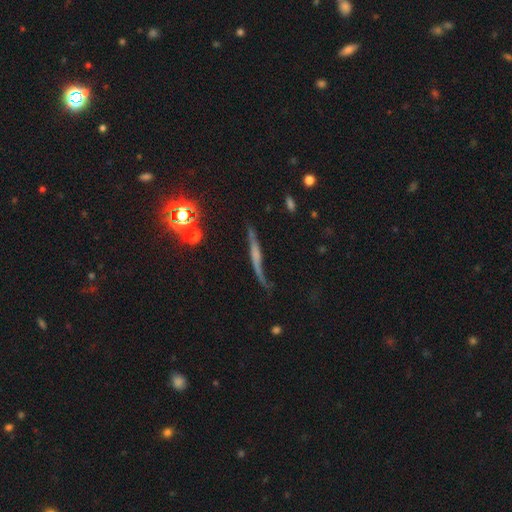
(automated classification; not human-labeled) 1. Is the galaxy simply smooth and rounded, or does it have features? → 59% featured or disk, 26% smooth, 16% star or artifact.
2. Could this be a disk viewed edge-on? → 70% yes, 30% no.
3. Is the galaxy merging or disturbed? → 56% none, 26% minor disturbance, 14% major disturbance, 5% merger.